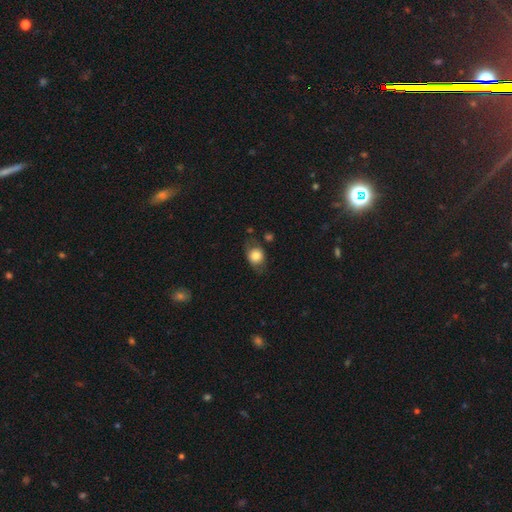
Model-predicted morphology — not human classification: Smooth or featured? smooth (74%)
How rounded? round (52%)
Merging? none (65%)